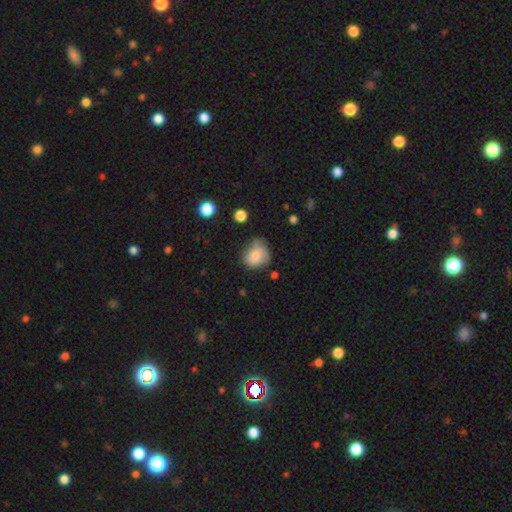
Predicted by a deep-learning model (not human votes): Overall: smooth (65%; featured or disk 26%). How rounded: round (64%; in between 35%). Merging: none (46%; minor disturbance 35%).